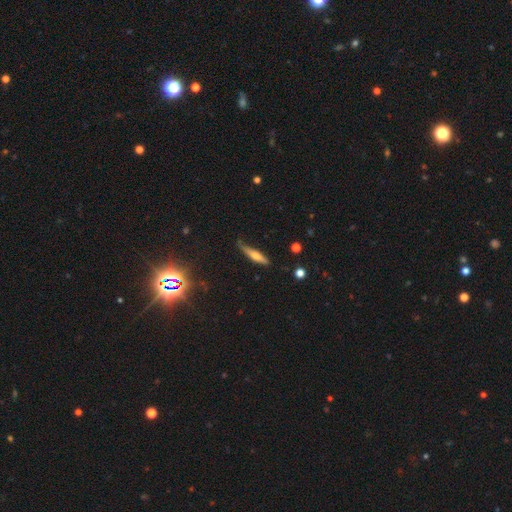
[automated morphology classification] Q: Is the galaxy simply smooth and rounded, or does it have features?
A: smooth — 53%.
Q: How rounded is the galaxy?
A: cigar-shaped — 82%.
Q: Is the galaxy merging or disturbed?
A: none — 63%.